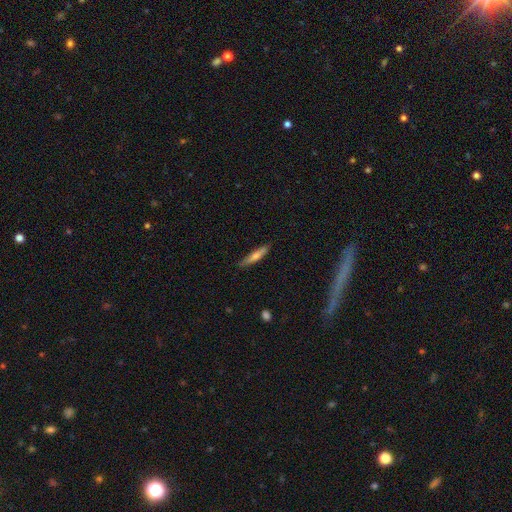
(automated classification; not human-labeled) This is likely a smooth galaxy (63%). How rounded: clearly cigar-shaped (89%). Merging: clearly none (86%).